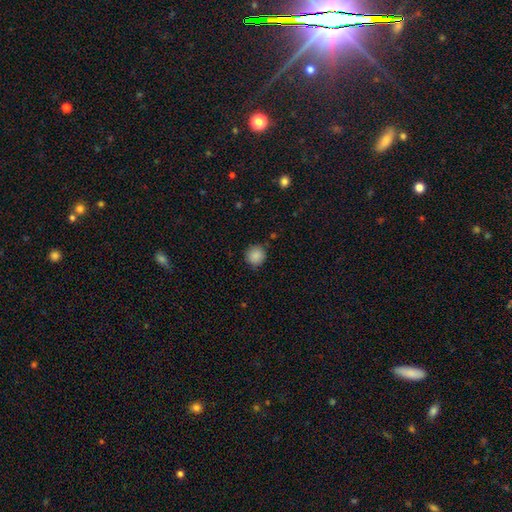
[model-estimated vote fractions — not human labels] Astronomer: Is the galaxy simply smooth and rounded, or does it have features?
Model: smooth — 88%.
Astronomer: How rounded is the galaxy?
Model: round — 92%.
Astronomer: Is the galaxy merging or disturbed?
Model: none — 86%.